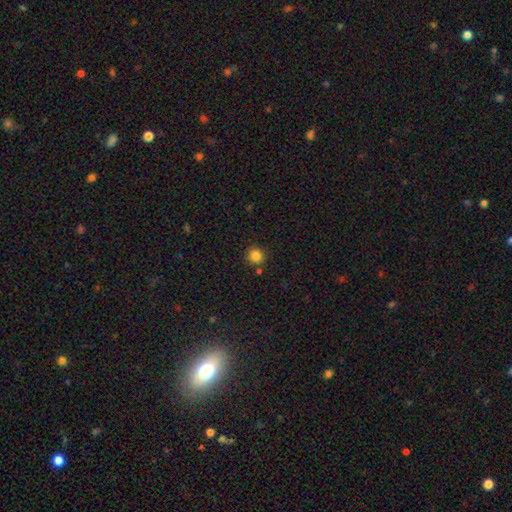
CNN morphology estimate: smooth-or-featured: smooth: 84% | star or artifact: 12% | featured or disk: 5%
  how-rounded: round: 91% | in between: 8% | cigar-shaped: 1%
  merging: none: 83% | minor disturbance: 9% | merger: 6% | major disturbance: 2%